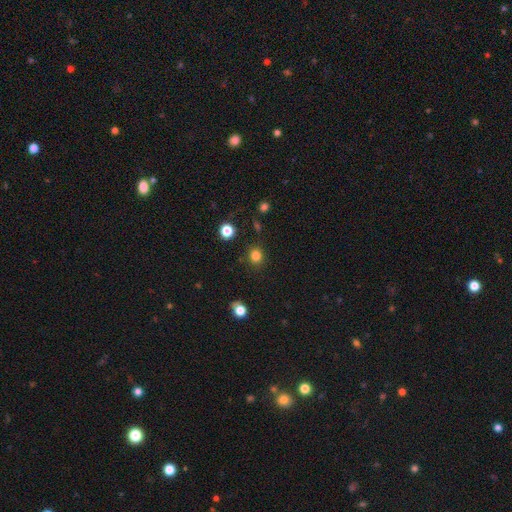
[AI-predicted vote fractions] Q: Smooth or featured?
A: smooth (82%); runner-up: star or artifact (14%)
Q: How rounded?
A: round (80%); runner-up: in between (19%)
Q: Merging?
A: none (87%); runner-up: minor disturbance (8%)